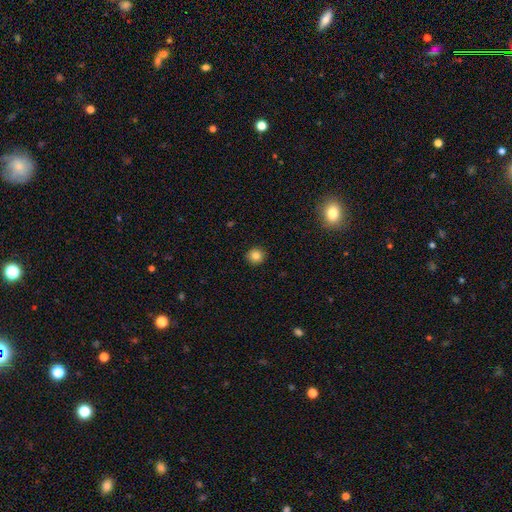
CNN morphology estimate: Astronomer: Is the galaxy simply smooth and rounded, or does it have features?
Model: smooth — 85%.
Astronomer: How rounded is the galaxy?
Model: round — 93%.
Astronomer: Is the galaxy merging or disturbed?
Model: none — 92%.